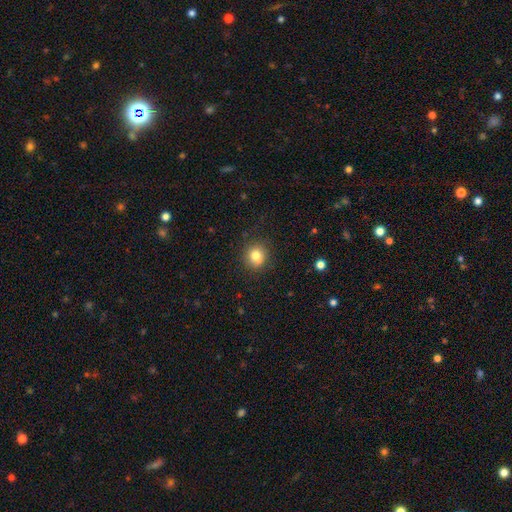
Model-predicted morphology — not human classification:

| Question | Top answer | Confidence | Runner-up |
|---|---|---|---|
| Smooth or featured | smooth | 81% | star or artifact (11%) |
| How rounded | round | 89% | in between (10%) |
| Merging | none | 87% | minor disturbance (9%) |